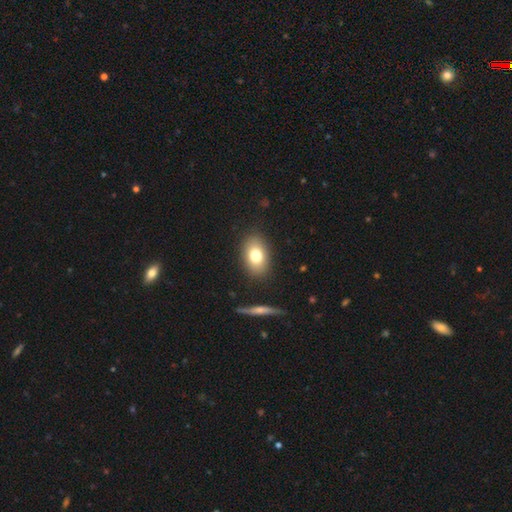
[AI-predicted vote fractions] Smooth or featured? Predicted: smooth (p=0.76). How rounded? Predicted: in between (p=0.83). Merging? Predicted: none (p=0.86).